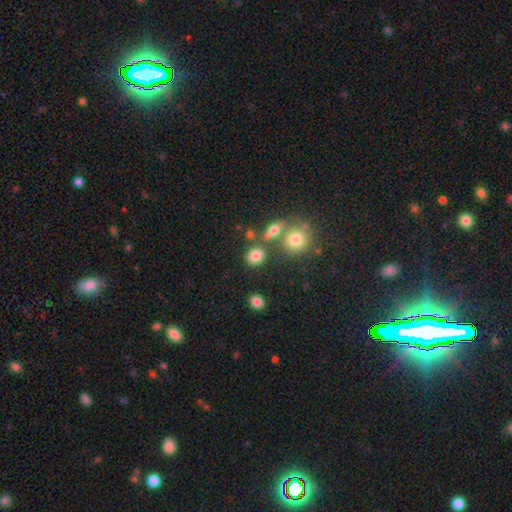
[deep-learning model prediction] This appears to be a smooth galaxy with no disk features (81%) that is round (76%). Merging: none (73%).